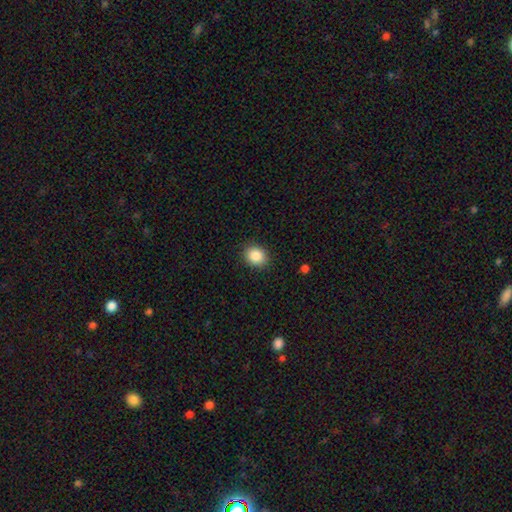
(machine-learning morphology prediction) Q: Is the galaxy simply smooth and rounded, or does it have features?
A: smooth — 87%.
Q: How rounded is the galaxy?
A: round — 63%.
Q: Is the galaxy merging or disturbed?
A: none — 89%.